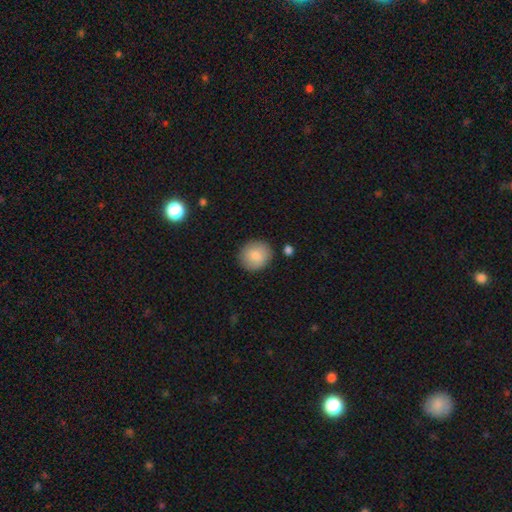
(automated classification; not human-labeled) The model was most divided on "how rounded": round: 86%, in between: 13%, cigar-shaped: 1%. More confident: smooth or featured — smooth (87%); merging — none (85%).